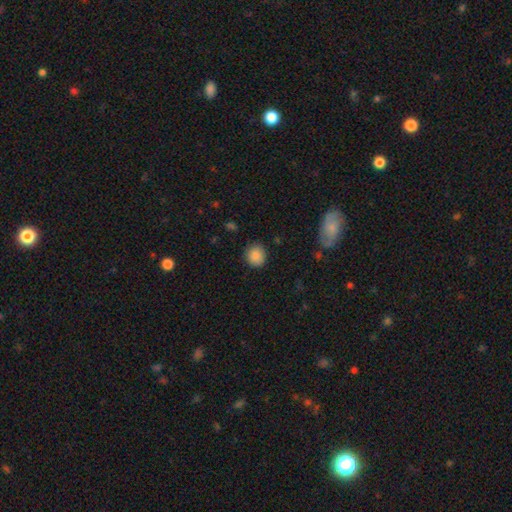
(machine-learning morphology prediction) A smooth galaxy with no disk features (88%) that is round (82%).

Vote fractions:
- Smooth or featured? smooth: 88% / star or artifact: 9% / featured or disk: 4%
- How rounded? round: 82% / in between: 17% / cigar-shaped: 1%
- Merging? none: 86% / minor disturbance: 11% / major disturbance: 3% / merger: 1%